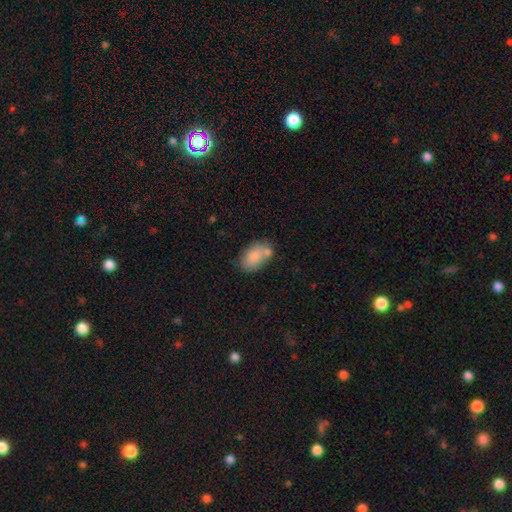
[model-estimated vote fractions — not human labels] Overall: smooth (81%). How rounded: in between (91%). Merging: none (51%; merger 26%).